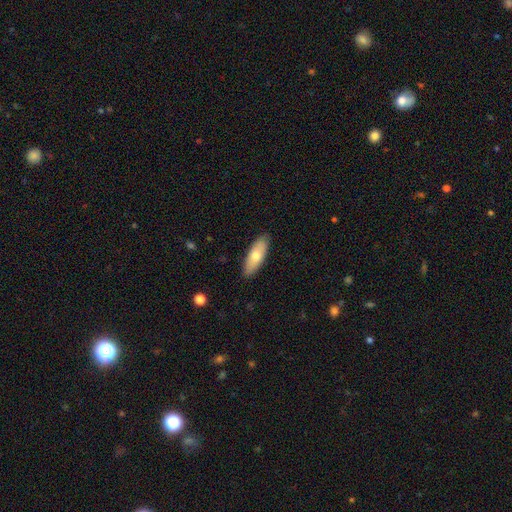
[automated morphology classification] The model was most divided on "how rounded": in between: 69%, cigar-shaped: 29%, round: 2%. More confident: merging — none (88%); smooth or featured — smooth (67%).